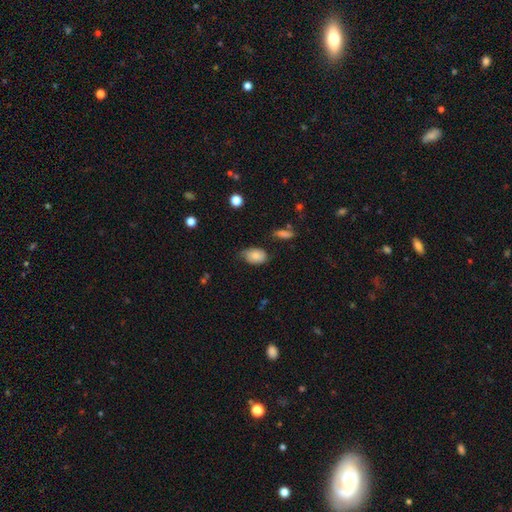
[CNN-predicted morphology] A smooth galaxy with no disk features (80%) that is in between round and cigar-shaped (87%).

Vote fractions:
- Smooth or featured? smooth: 80% / featured or disk: 12% / star or artifact: 8%
- How rounded? in between: 87% / round: 12% / cigar-shaped: 1%
- Merging? none: 55% / minor disturbance: 34% / major disturbance: 8% / merger: 2%